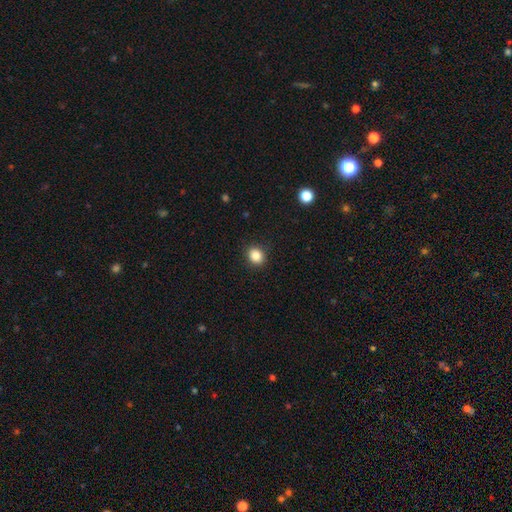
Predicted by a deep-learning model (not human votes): smooth-or-featured: smooth: 85% | star or artifact: 10% | featured or disk: 4%
  how-rounded: round: 70% | in between: 29% | cigar-shaped: 1%
  merging: none: 90% | minor disturbance: 7% | major disturbance: 2% | merger: 1%